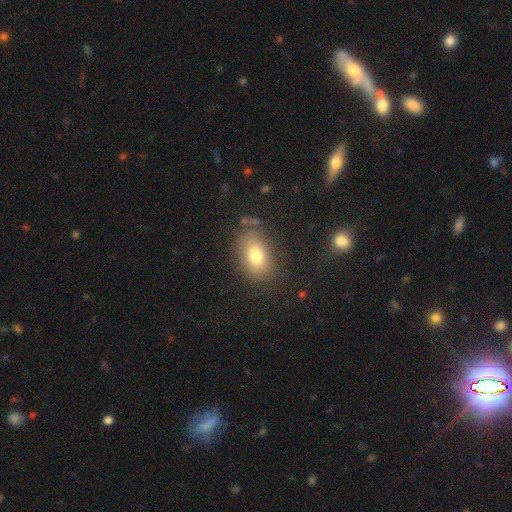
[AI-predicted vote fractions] smooth-or-featured: smooth: 77% | featured or disk: 12% | star or artifact: 11%
  how-rounded: in between: 80% | round: 19% | cigar-shaped: 2%
  merging: none: 78% | minor disturbance: 14% | major disturbance: 5% | merger: 3%